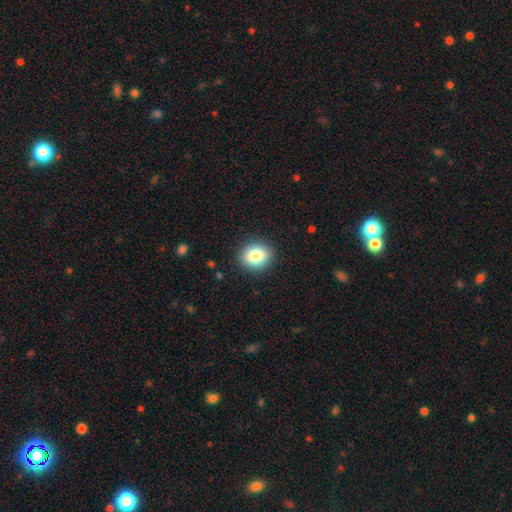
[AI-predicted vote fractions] Smooth or featured? Predicted: smooth (p=0.84). How rounded? Predicted: round (p=0.61). Merging? Predicted: none (p=0.89).